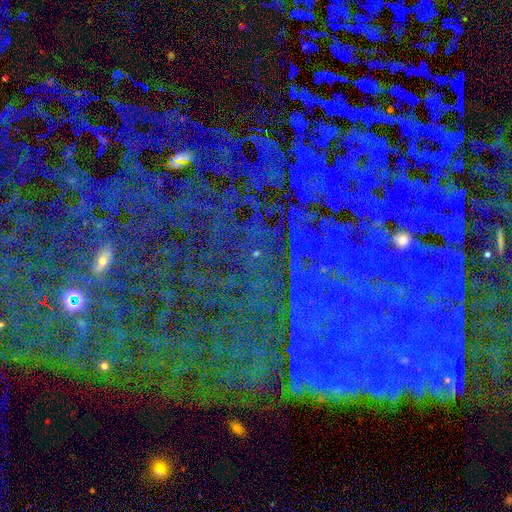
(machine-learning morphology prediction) smooth-or-featured: star or artifact: 84% | featured or disk: 9% | smooth: 7%